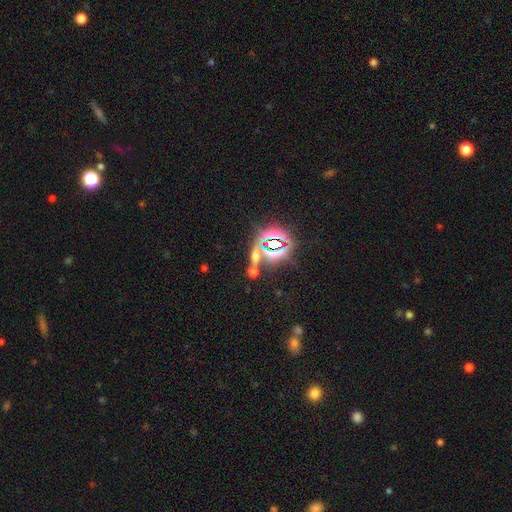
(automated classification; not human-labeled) Smooth or featured? star or artifact (55%)